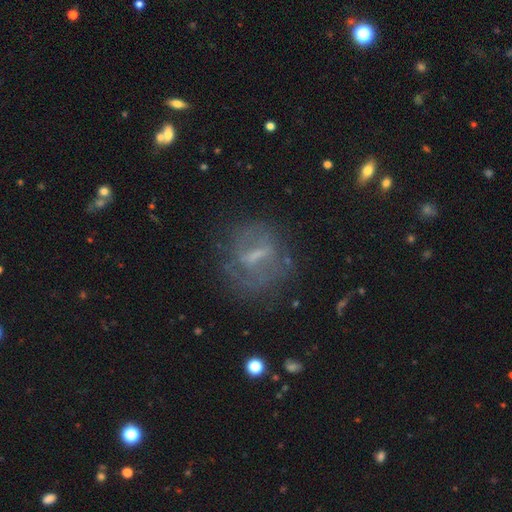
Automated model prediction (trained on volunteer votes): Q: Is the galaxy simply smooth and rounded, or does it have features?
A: featured or disk — 60%.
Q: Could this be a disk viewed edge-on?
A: no — 90%.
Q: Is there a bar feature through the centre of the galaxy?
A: weak — 44%.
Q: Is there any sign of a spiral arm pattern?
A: no — 53%.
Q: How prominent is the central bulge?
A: small — 40%.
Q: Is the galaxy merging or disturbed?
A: none — 65%.